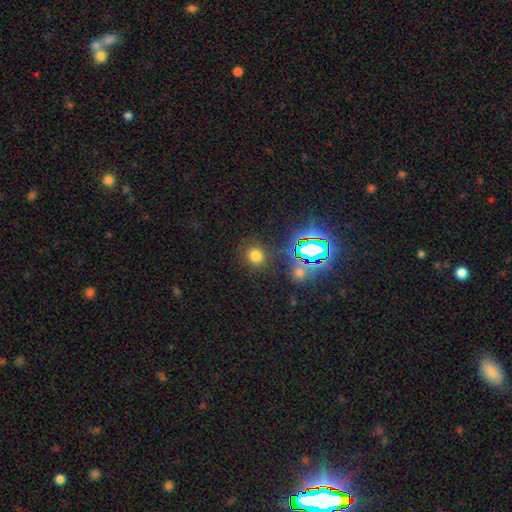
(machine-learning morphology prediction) A smooth galaxy with no disk features (69%) that is round (87%). Merging: none (86%).